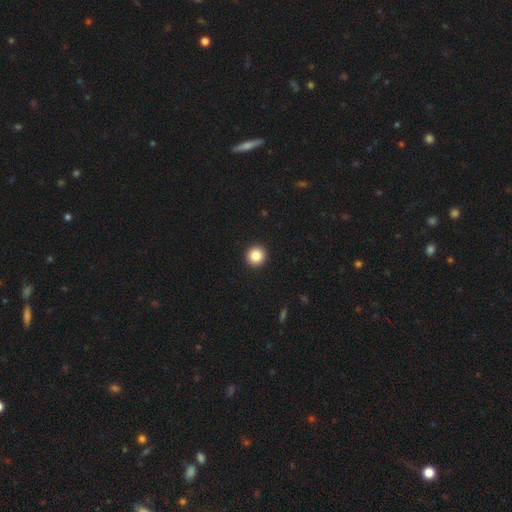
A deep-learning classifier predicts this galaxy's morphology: A smooth galaxy with no disk features (86%) that is round (95%).

Vote fractions:
- Smooth or featured? smooth: 86% / star or artifact: 10% / featured or disk: 4%
- How rounded? round: 95% / in between: 4% / cigar-shaped: 1%
- Merging? none: 94% / minor disturbance: 4% / major disturbance: 1% / merger: 1%